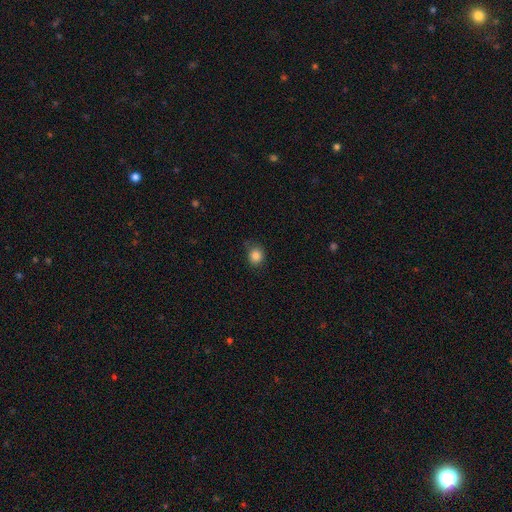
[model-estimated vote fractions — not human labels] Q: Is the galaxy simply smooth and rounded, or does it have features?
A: smooth — 85%.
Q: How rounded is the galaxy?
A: round — 78%.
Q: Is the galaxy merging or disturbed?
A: none — 77%.